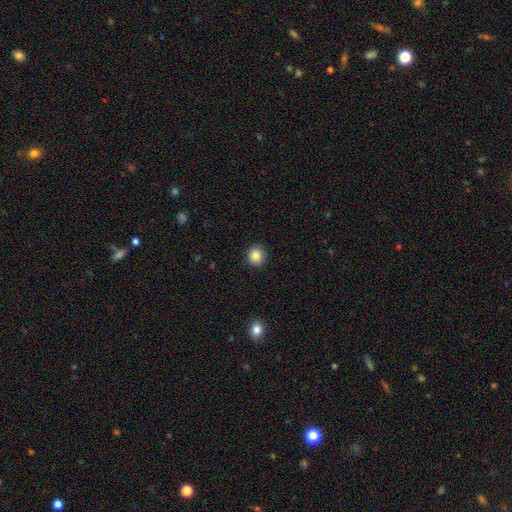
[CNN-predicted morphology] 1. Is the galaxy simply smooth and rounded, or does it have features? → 86% smooth, 10% star or artifact, 4% featured or disk.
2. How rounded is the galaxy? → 86% round, 13% in between, 1% cigar-shaped.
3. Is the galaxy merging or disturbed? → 90% none, 7% minor disturbance, 2% major disturbance, 1% merger.